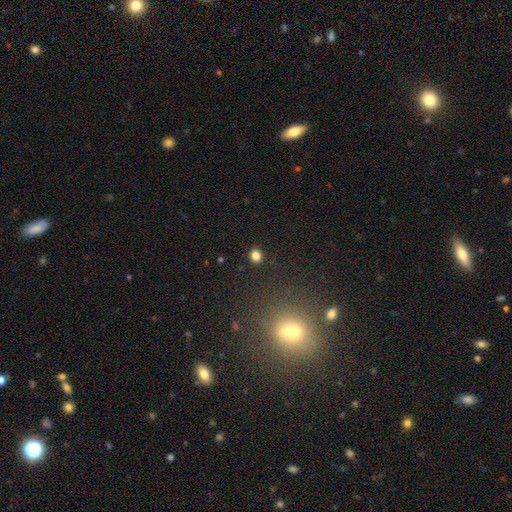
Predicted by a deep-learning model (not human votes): smooth-or-featured: smooth: 81% | star or artifact: 15% | featured or disk: 4%
  how-rounded: round: 85% | in between: 14% | cigar-shaped: 1%
  merging: none: 90% | minor disturbance: 6% | major disturbance: 2% | merger: 2%